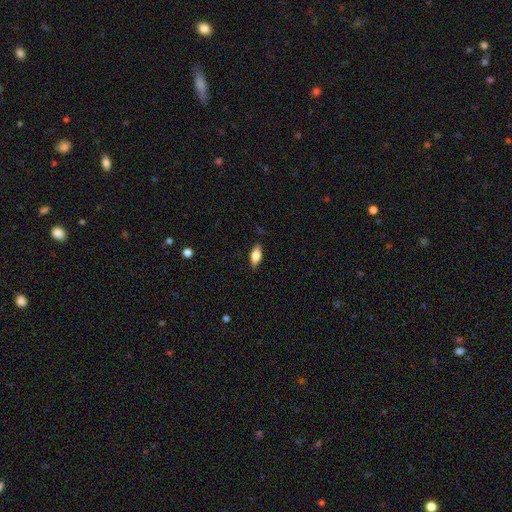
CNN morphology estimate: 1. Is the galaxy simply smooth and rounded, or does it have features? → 70% smooth, 23% featured or disk, 7% star or artifact.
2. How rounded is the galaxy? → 79% in between, 18% cigar-shaped, 3% round.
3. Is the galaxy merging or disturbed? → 85% none, 12% minor disturbance, 2% major disturbance, 1% merger.